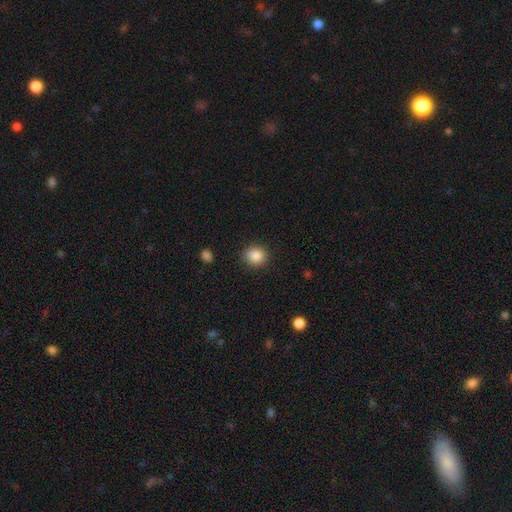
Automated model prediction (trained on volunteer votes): Smooth or featured? Predicted: smooth (p=0.87). How rounded? Predicted: round (p=0.77). Merging? Predicted: none (p=0.89).